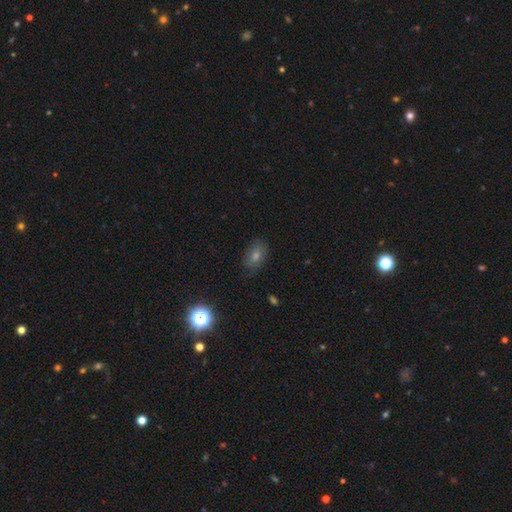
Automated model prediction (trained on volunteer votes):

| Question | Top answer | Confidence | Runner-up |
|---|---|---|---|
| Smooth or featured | smooth | 51% | star or artifact (29%) |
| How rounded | in between | 75% | round (23%) |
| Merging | none | 81% | minor disturbance (14%) |